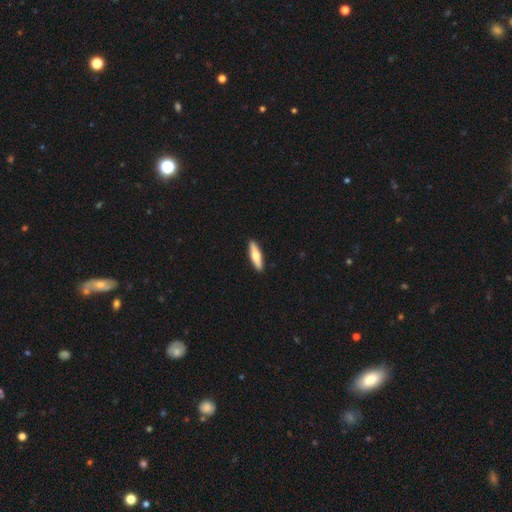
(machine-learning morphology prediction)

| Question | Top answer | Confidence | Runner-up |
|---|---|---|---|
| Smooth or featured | smooth | 56% | featured or disk (39%) |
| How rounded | cigar-shaped | 71% | in between (27%) |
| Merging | none | 92% | minor disturbance (6%) |